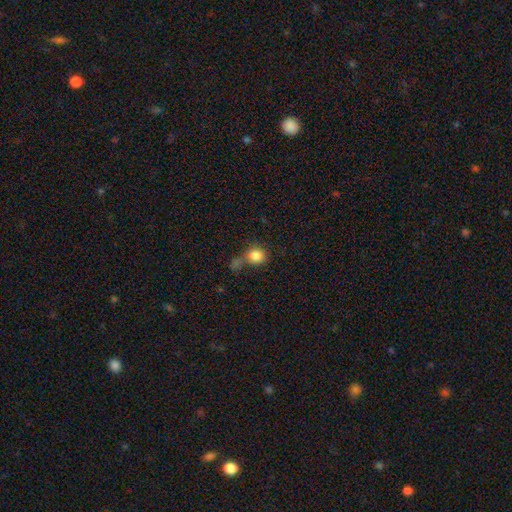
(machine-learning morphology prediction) smooth 84%, star or artifact 10%, featured or disk 6%. Down the decision tree: how rounded — round (75%); merging — none (44%).